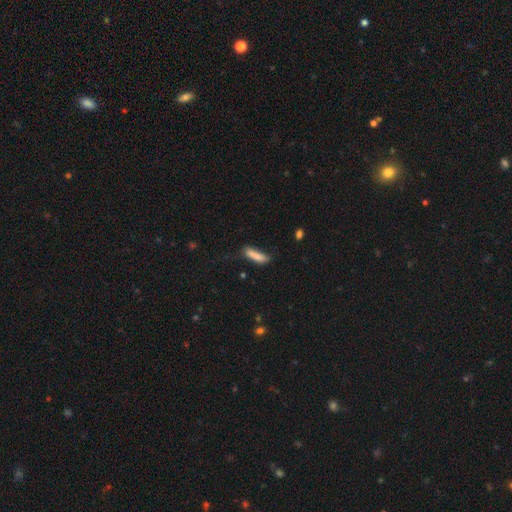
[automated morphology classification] smooth_or_featured: smooth (p=0.83) [alt: featured or disk p=0.10]
how_rounded: cigar-shaped (p=0.76) [alt: in between p=0.22]
merging: none (p=0.61) [alt: minor disturbance p=0.26]